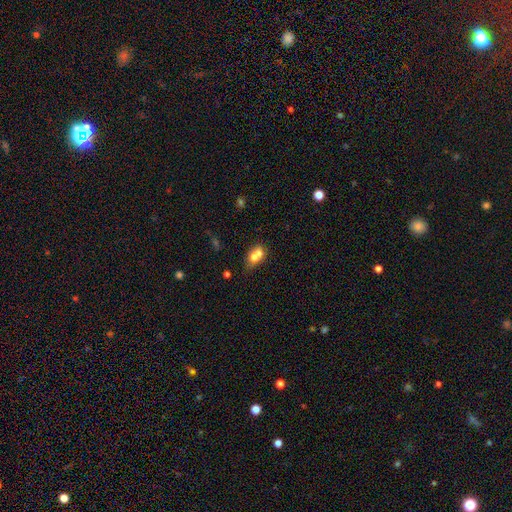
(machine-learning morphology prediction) Overall: smooth (67%). How rounded: in between (55%; round 42%). Merging: merger (63%; none 24%).